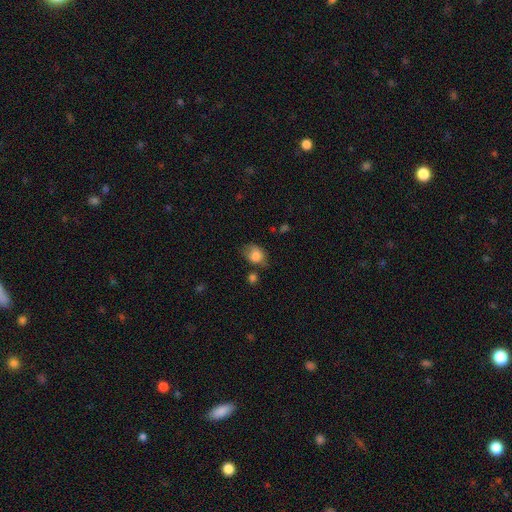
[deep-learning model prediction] Smooth or featured? Predicted: smooth (p=0.81). How rounded? Predicted: in between (p=0.63). Merging? Predicted: none (p=0.54).